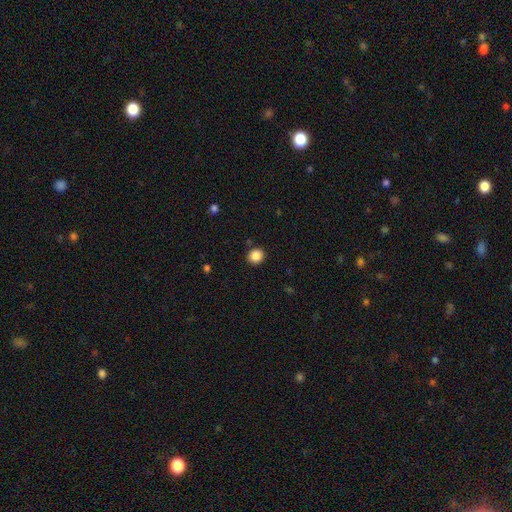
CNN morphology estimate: Smooth or featured: smooth — 87% (star or artifact — 10%)
How rounded: round — 84% (in between — 15%)
Merging: none — 89% (minor disturbance — 7%)